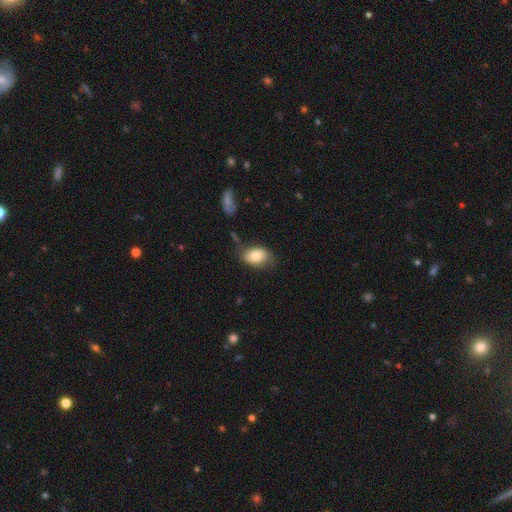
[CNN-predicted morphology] Smooth or featured? Predicted: smooth (p=0.79). How rounded? Predicted: in between (p=0.87). Merging? Predicted: none (p=0.70).